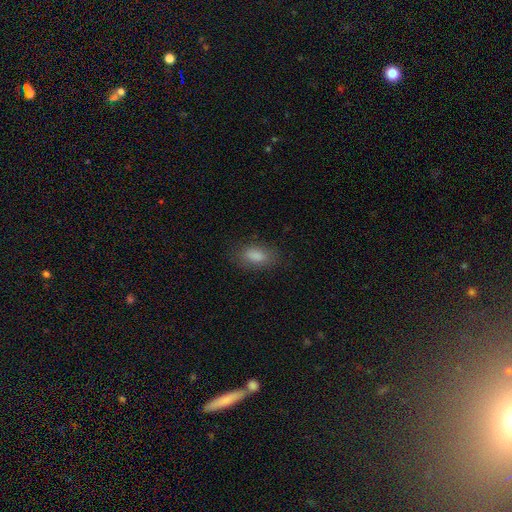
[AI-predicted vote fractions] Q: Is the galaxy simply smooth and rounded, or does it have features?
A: smooth — 85%.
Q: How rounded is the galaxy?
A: in between — 86%.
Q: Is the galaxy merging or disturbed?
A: none — 77%.